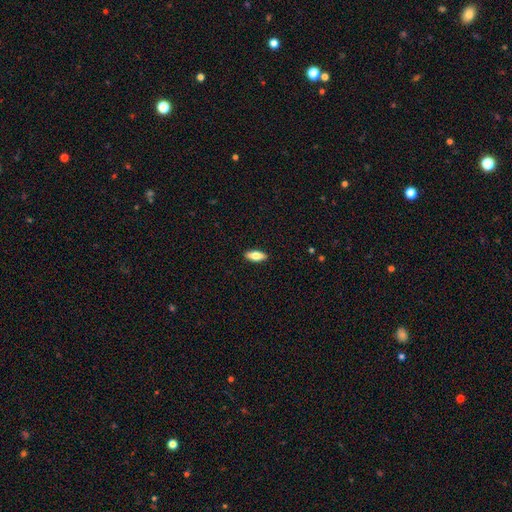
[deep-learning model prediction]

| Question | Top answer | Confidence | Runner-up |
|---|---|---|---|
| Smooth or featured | smooth | 72% | featured or disk (21%) |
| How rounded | in between | 76% | cigar-shaped (22%) |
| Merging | none | 90% | minor disturbance (7%) |